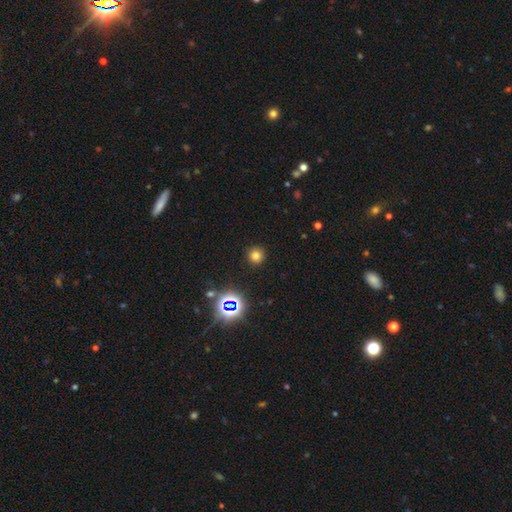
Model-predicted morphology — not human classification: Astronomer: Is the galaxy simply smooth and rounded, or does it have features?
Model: smooth — 72%.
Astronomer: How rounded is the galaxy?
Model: round — 94%.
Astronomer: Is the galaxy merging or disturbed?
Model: none — 91%.